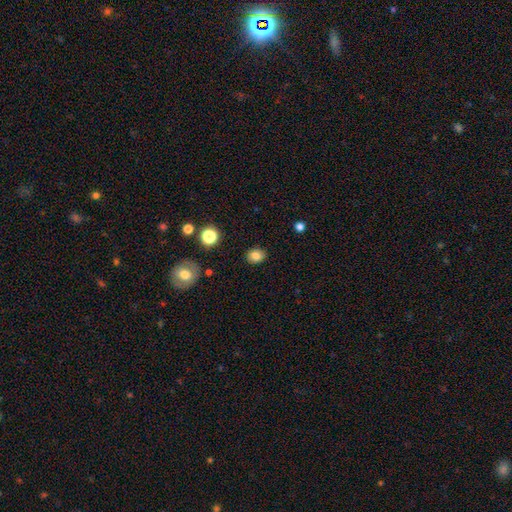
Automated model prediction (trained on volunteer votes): Smooth or featured: smooth — 82% (star or artifact — 11%)
How rounded: round — 60% (in between — 39%)
Merging: none — 88% (minor disturbance — 8%)